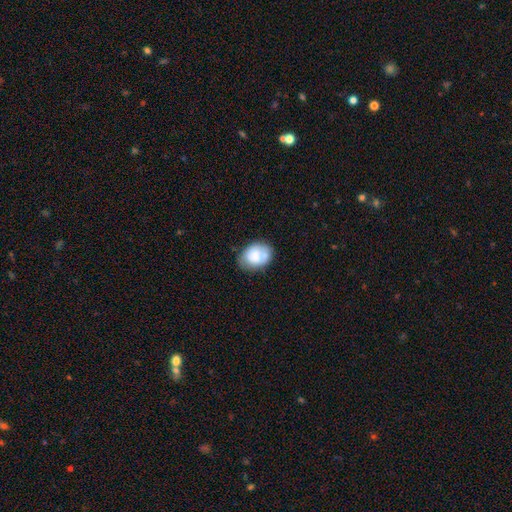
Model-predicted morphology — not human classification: smooth_or_featured: smooth (p=0.74) [alt: featured or disk p=0.18]
how_rounded: in between (p=0.68) [alt: round p=0.31]
merging: none (p=0.56) [alt: minor disturbance p=0.27]